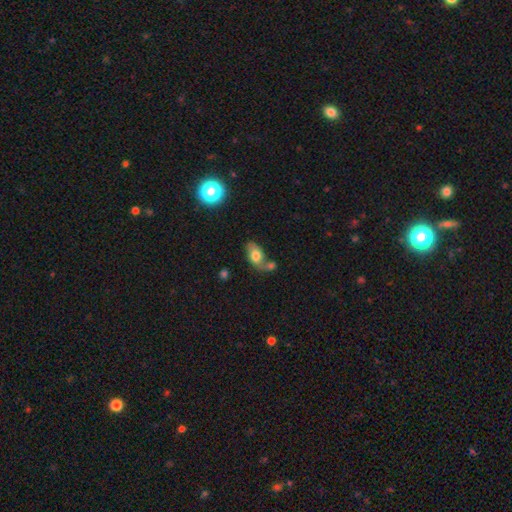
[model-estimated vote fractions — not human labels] smooth_or_featured: smooth (p=0.62) [alt: featured or disk p=0.28]
how_rounded: in between (p=0.84) [alt: round p=0.13]
merging: none (p=0.44) [alt: merger p=0.31]